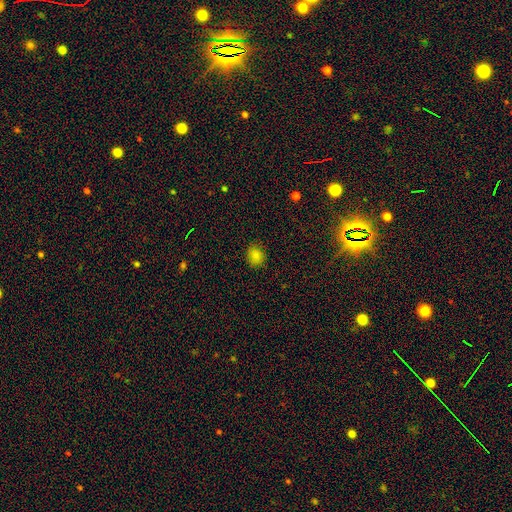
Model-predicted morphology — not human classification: This is clearly a smooth galaxy (82%). How rounded: likely round (64%). Merging: clearly none (87%).